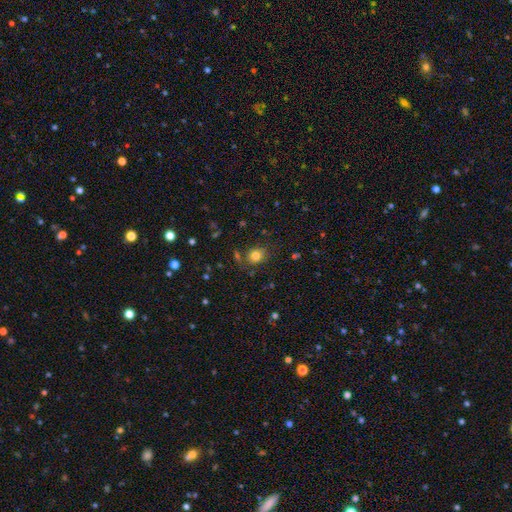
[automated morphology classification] A smooth galaxy with no disk features (79%) that is round (64%).

Vote fractions:
- Smooth or featured? smooth: 79% / star or artifact: 13% / featured or disk: 8%
- How rounded? round: 64% / in between: 35% / cigar-shaped: 1%
- Merging? none: 75% / minor disturbance: 14% / merger: 6% / major disturbance: 5%